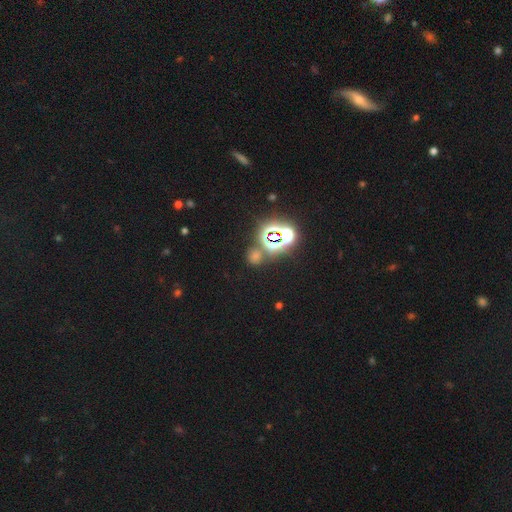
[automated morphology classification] star or artifact 64%, smooth 28%, featured or disk 8%.